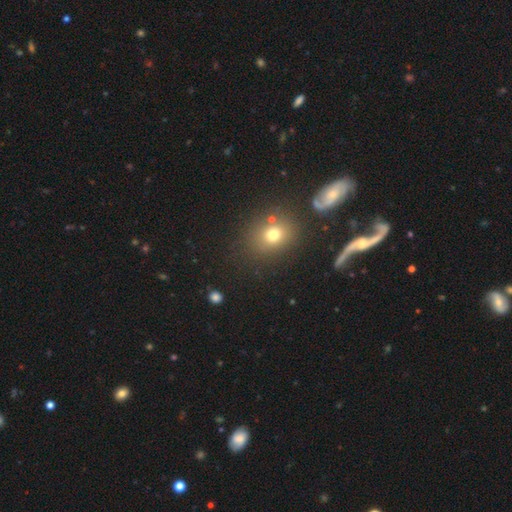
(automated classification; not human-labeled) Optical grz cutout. It shows a smooth galaxy with no disk features (56%) that is round (73%). Merging: none (77%).